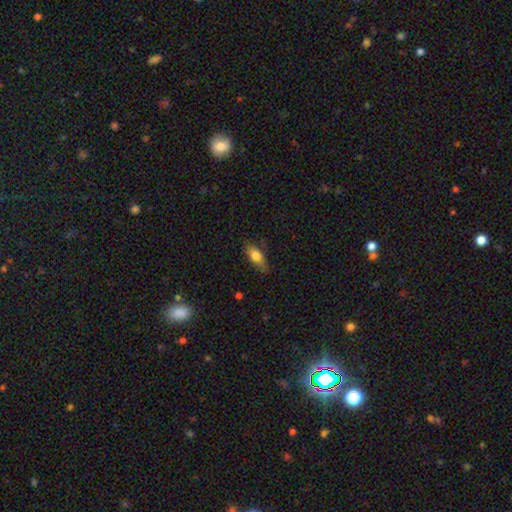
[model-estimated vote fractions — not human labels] Smooth or featured: smooth — 73% (featured or disk — 20%)
How rounded: in between — 76% (cigar-shaped — 20%)
Merging: none — 73% (minor disturbance — 21%)